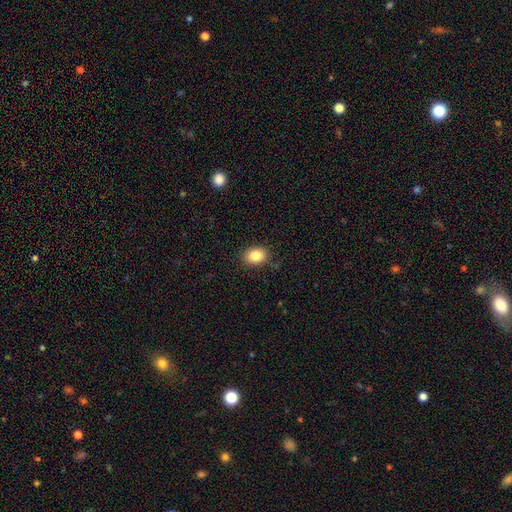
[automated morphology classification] Smooth or featured? Predicted: smooth (p=0.84). How rounded? Predicted: in between (p=0.64). Merging? Predicted: none (p=0.86).